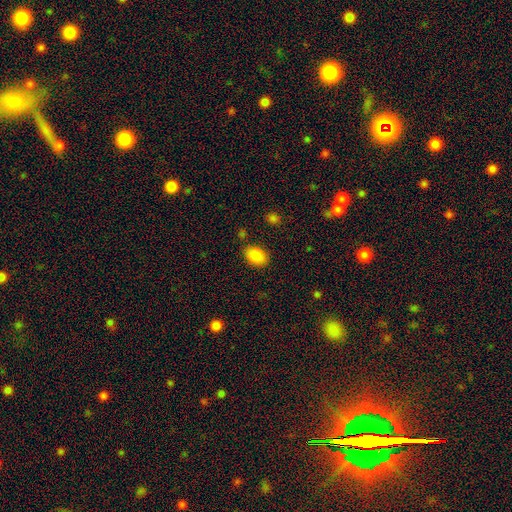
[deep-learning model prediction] This appears to be a smooth galaxy with no disk features (87%) that is in between round and cigar-shaped (84%). Merging: none (83%).